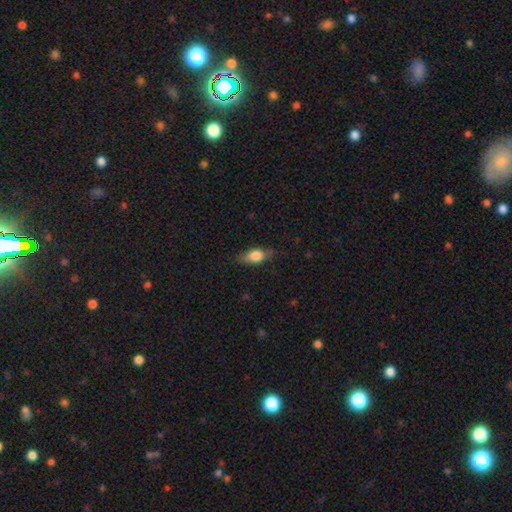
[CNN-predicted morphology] smooth-or-featured: smooth: 71% | featured or disk: 22% | star or artifact: 7%
  how-rounded: in between: 77% | cigar-shaped: 17% | round: 6%
  merging: none: 77% | minor disturbance: 18% | major disturbance: 4% | merger: 1%